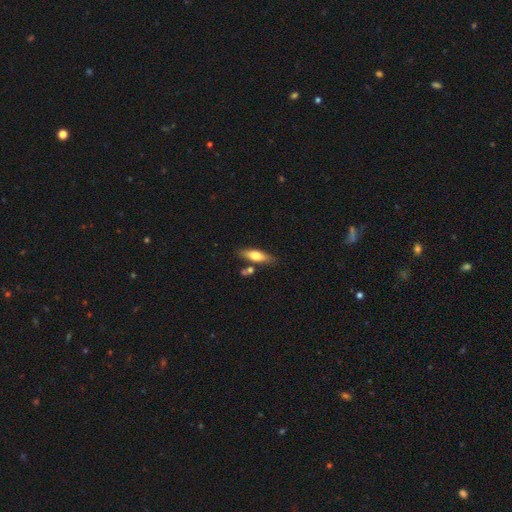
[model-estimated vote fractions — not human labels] This appears to be a smooth galaxy with no disk features (61%) that is in between round and cigar-shaped (49%). Merging: none (73%).